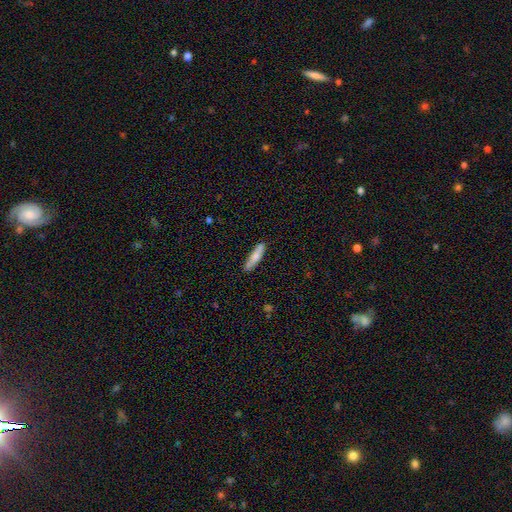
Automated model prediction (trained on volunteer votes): Smooth or featured?
  - smooth: 73% *
  - featured or disk: 21%
  - star or artifact: 6%
How rounded?
  - cigar-shaped: 83% *
  - in between: 16%
  - round: 1%
Merging?
  - none: 85% *
  - minor disturbance: 11%
  - major disturbance: 2%
  - merger: 2%